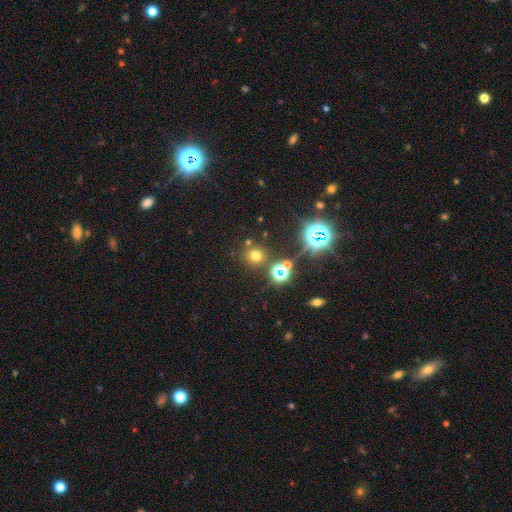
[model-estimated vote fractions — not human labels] This appears to be a smooth galaxy with no disk features (58%) that is round (87%). Merging: none (81%).